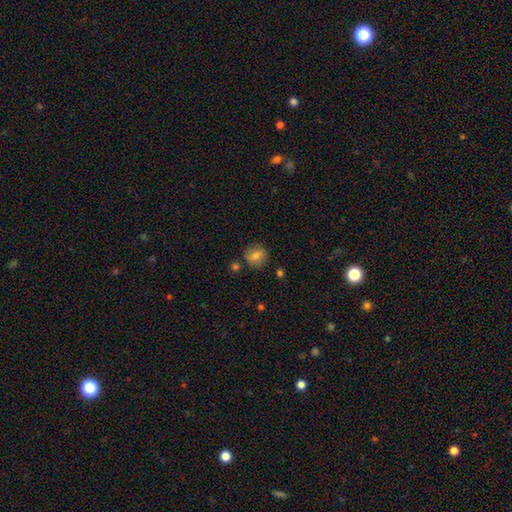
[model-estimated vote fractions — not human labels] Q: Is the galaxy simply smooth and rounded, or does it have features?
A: smooth — 72%.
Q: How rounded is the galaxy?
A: round — 84%.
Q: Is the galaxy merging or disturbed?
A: none — 82%.